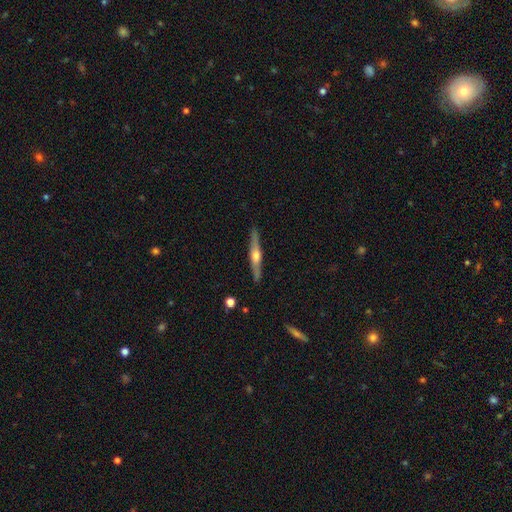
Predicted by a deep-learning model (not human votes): This is likely a featured or disk galaxy (71%). It is clearly viewed edge-on (97%). Edge-on bulge: clearly rounded (91%). Merging: clearly none (90%).